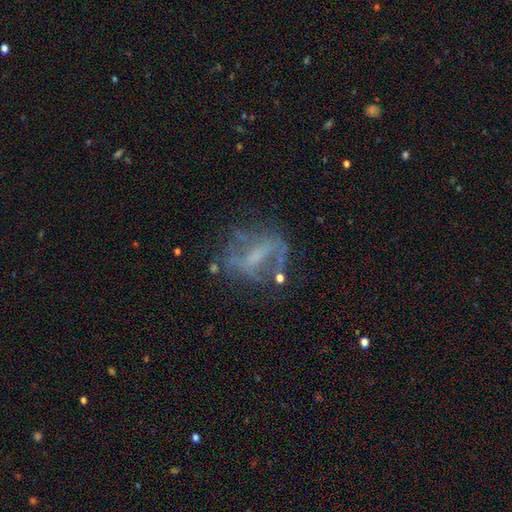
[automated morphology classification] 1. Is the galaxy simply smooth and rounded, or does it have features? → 63% featured or disk, 22% smooth, 15% star or artifact.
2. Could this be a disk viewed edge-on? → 89% no, 11% yes.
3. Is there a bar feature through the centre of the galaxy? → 36% strong, 34% weak, 30% no.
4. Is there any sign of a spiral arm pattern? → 53% no, 47% yes.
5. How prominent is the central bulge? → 40% none, 36% small, 20% moderate, 3% large, 1% dominant.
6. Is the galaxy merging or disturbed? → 53% none, 22% major disturbance, 20% minor disturbance, 6% merger.